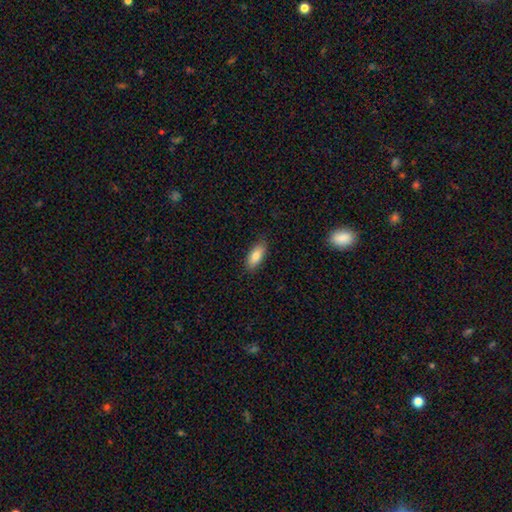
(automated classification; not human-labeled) Smooth or featured? smooth (84%)
How rounded? in between (82%)
Merging? none (86%)